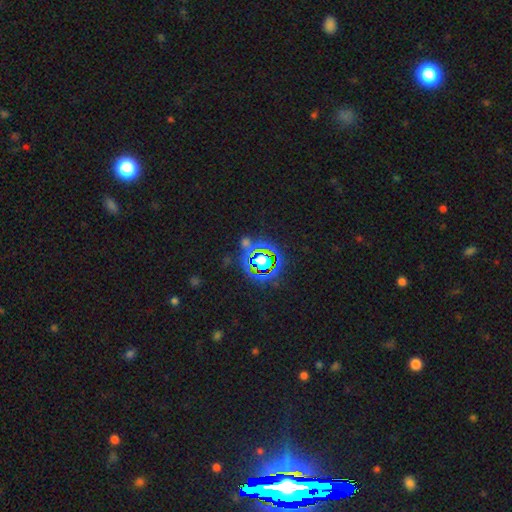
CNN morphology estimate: smooth-or-featured: star or artifact: 77% | smooth: 14% | featured or disk: 9%